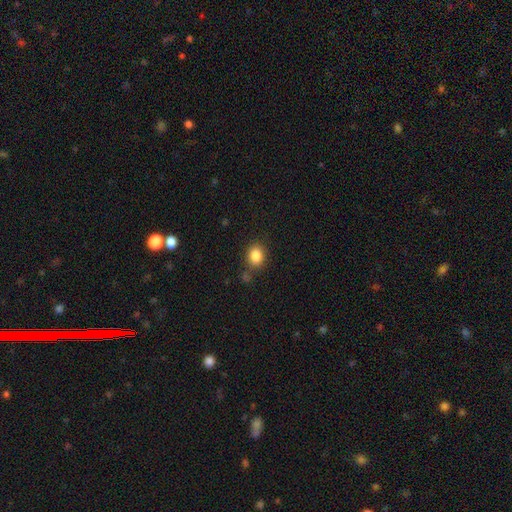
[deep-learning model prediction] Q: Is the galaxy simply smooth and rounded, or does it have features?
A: smooth — 86%.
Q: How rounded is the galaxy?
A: round — 61%.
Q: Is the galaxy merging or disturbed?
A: none — 78%.